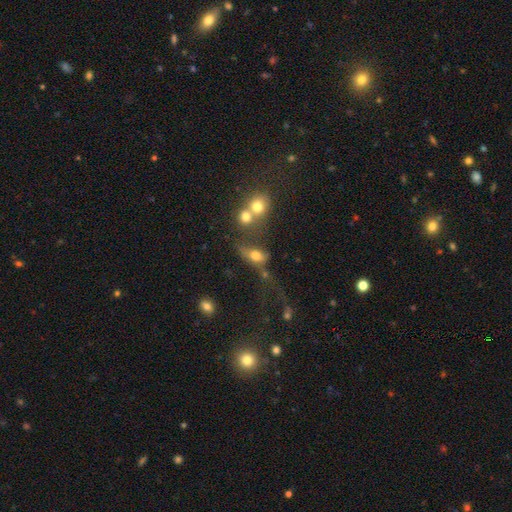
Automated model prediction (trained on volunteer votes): This is likely a smooth galaxy (65%). How rounded: likely in between (66%). Merging: marginally merger (37%).